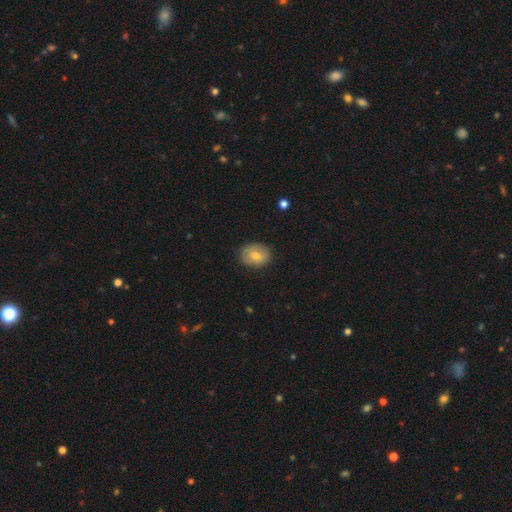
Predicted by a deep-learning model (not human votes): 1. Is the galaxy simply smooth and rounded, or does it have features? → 68% smooth, 23% featured or disk, 9% star or artifact.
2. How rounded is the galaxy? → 63% in between, 36% round, 1% cigar-shaped.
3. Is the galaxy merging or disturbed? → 83% none, 14% minor disturbance, 3% major disturbance, 1% merger.